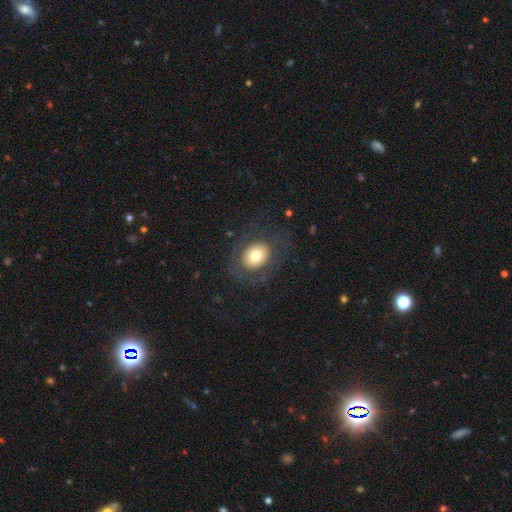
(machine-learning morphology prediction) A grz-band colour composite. It shows a smooth galaxy with no disk features (69%) that is round (50%). Merging: none (74%).